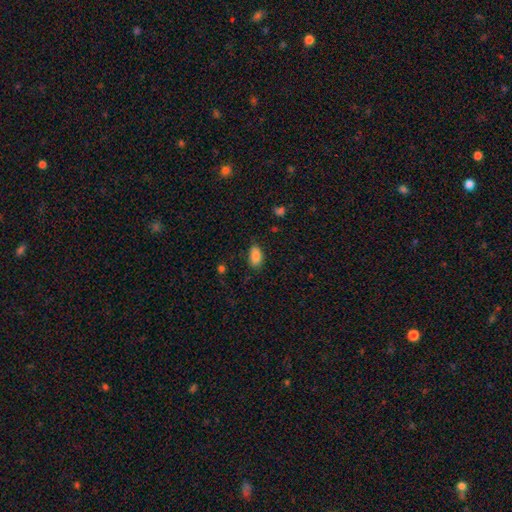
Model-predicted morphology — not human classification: A smooth galaxy with no disk features (86%) that is in between round and cigar-shaped (92%). Merging: none (80%).